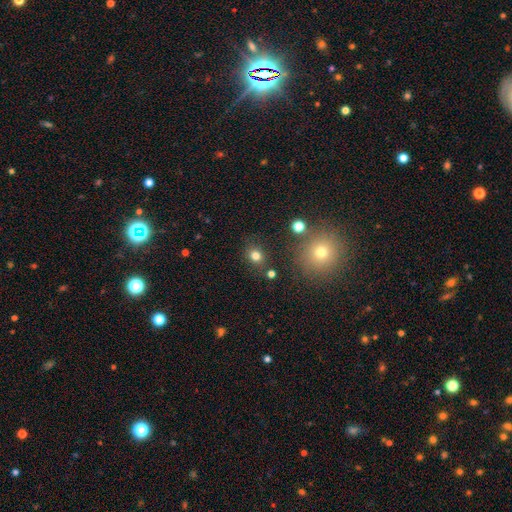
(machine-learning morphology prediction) Smooth or featured?
  - smooth: 77% *
  - star or artifact: 16%
  - featured or disk: 7%
How rounded?
  - round: 71% *
  - in between: 28%
  - cigar-shaped: 1%
Merging?
  - none: 80% *
  - minor disturbance: 11%
  - merger: 6%
  - major disturbance: 4%